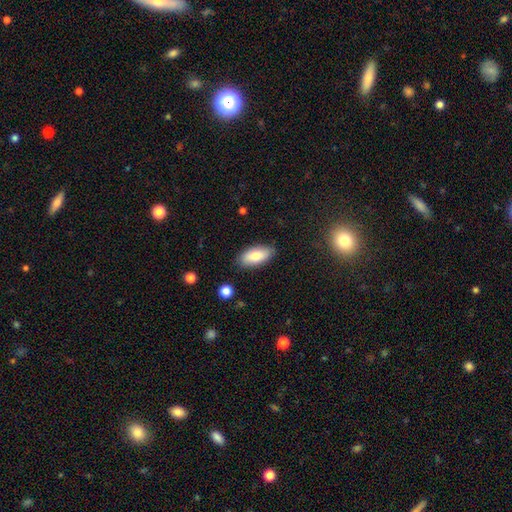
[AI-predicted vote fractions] Smooth or featured? smooth (74%)
How rounded? in between (88%)
Merging? none (85%)